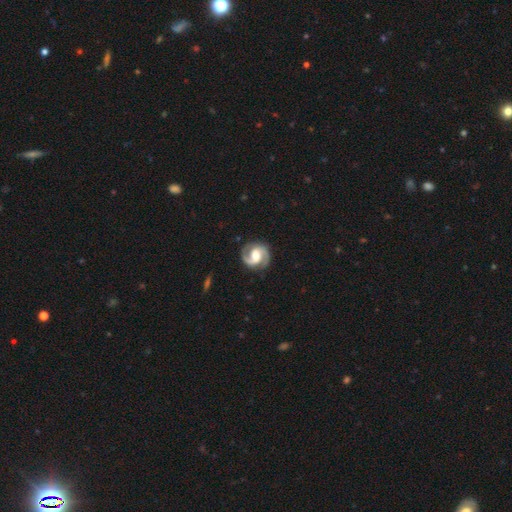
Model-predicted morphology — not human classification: featured or disk 88%, smooth 8%, star or artifact 4%. Down the decision tree: edge-on disk — no (98%); bar — weak (46%); spiral arms — yes (97%); spiral arm count — 2 (91%); spiral winding — medium (54%); bulge size — moderate (56%); merging — none (83%).